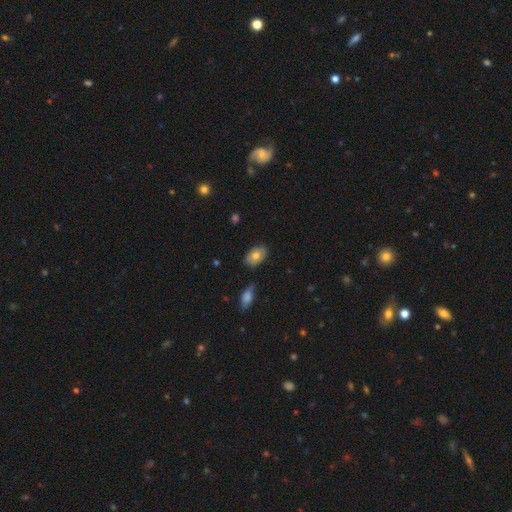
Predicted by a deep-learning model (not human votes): Smooth or featured?
  - smooth: 72% *
  - featured or disk: 20%
  - star or artifact: 8%
How rounded?
  - in between: 89% *
  - round: 10%
  - cigar-shaped: 2%
Merging?
  - none: 80% *
  - minor disturbance: 14%
  - major disturbance: 3%
  - merger: 3%